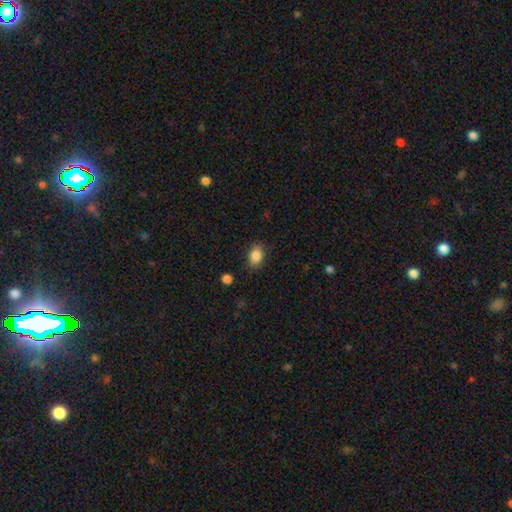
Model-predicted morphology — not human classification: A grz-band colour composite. It shows a smooth galaxy with no disk features (85%) that is in between round and cigar-shaped (79%). Merging: none (82%).